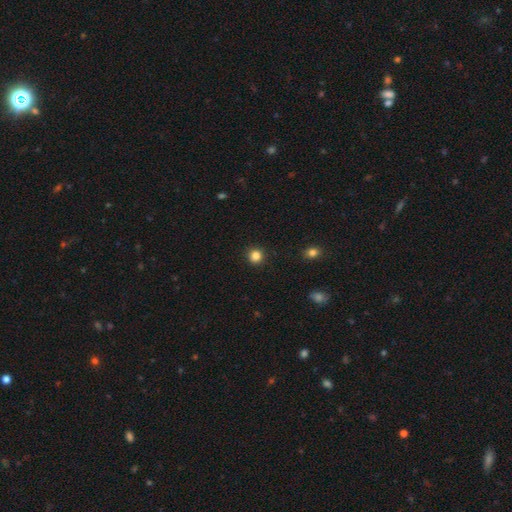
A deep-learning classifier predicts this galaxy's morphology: smooth_or_featured: smooth (p=0.84) [alt: star or artifact p=0.12]
how_rounded: round (p=0.93) [alt: in between p=0.06]
merging: none (p=0.92) [alt: minor disturbance p=0.05]